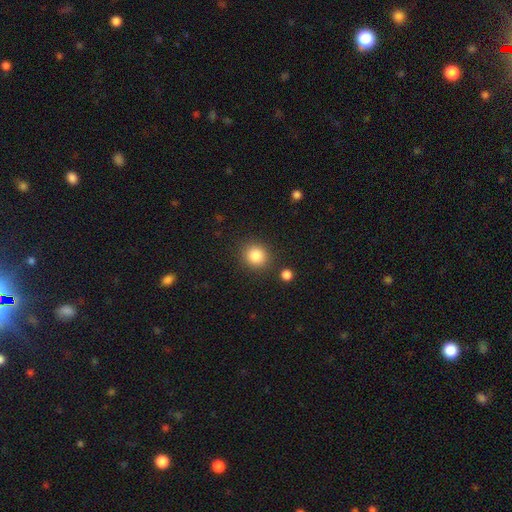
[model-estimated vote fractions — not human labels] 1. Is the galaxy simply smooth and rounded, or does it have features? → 85% smooth, 10% star or artifact, 5% featured or disk.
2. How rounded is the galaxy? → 85% round, 14% in between, 1% cigar-shaped.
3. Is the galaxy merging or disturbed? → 86% none, 7% minor disturbance, 3% merger, 3% major disturbance.